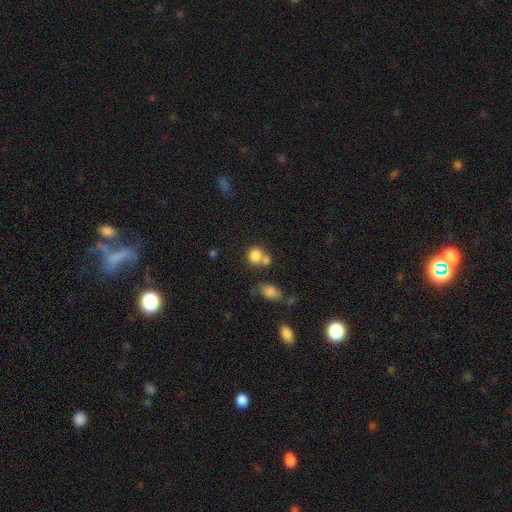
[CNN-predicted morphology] The model was most divided on "merging": none: 47%, merger: 38%, minor disturbance: 11%, major disturbance: 5%. More confident: smooth or featured — smooth (82%); how rounded — round (74%).